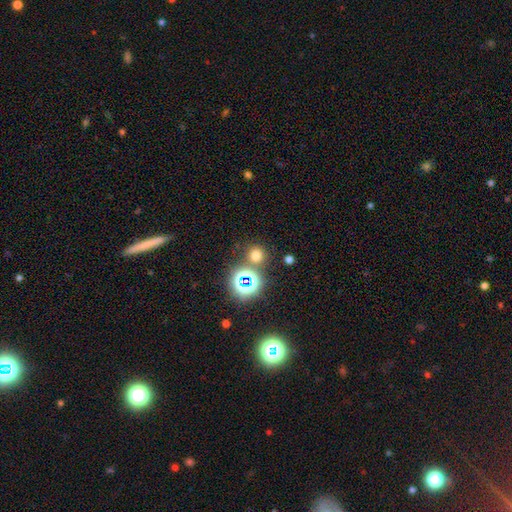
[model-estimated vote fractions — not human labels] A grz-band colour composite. It shows a smooth galaxy with no disk features (64%) that is round (90%). Merging: none (79%).